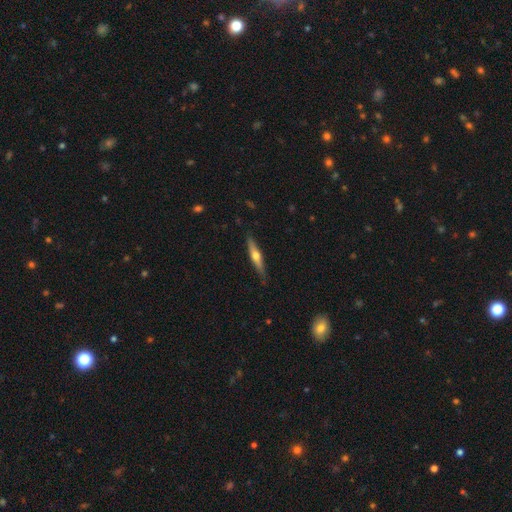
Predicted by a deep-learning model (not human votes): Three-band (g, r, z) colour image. It shows a featured or disk galaxy (59%) viewed edge-on (95%) with a rounded central bulge (92%). Merging: none (85%).